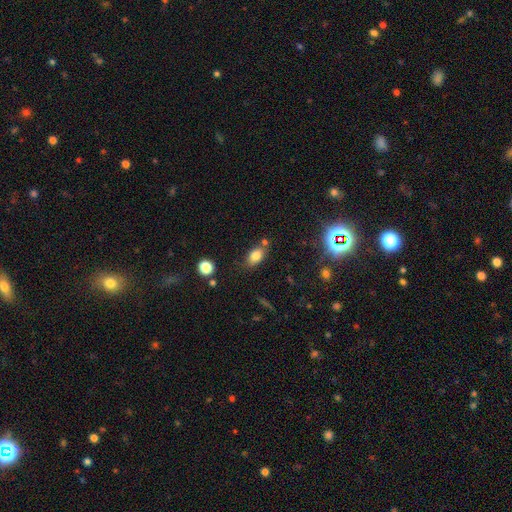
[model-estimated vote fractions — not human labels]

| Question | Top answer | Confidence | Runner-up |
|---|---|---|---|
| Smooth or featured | smooth | 79% | star or artifact (11%) |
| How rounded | in between | 83% | round (14%) |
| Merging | none | 66% | minor disturbance (17%) |